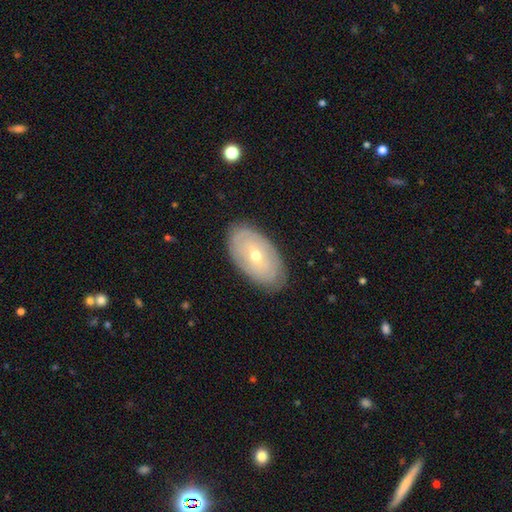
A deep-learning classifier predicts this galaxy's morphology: Overall: featured or disk (62%; smooth 32%). Edge-on disk: no (91%). Bar: no (64%; weak 28%). Spiral arms: yes (55%; no 45%). Bulge size: small (51%; moderate 46%). Merging: none (82%).